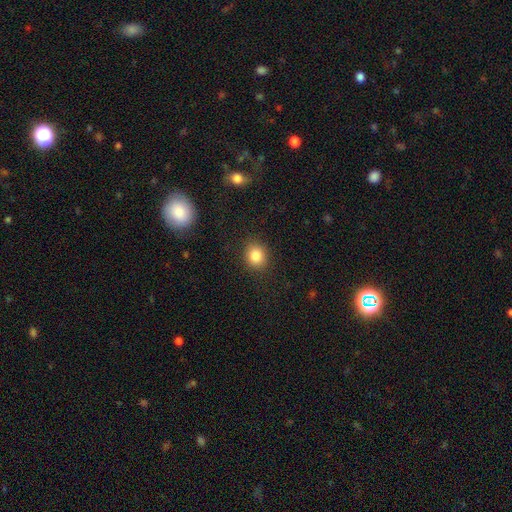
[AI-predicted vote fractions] Morphology: type=smooth (85%); roundness=round (70%); merging=none (87%).